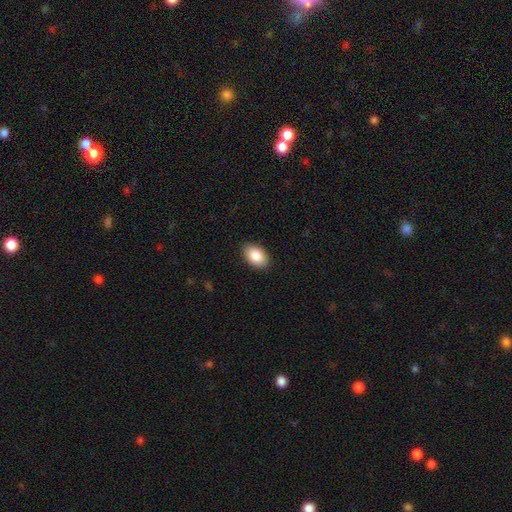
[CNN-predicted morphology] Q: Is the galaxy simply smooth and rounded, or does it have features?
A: smooth — 87%.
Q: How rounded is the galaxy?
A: in between — 91%.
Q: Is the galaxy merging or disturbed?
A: none — 89%.